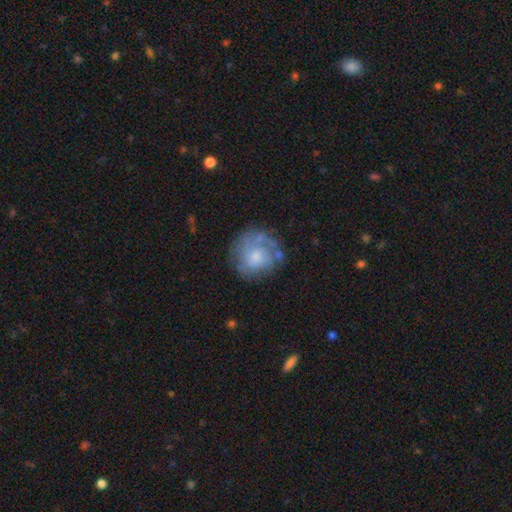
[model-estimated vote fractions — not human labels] The model was most divided on "smooth or featured": featured or disk: 48%, smooth: 44%, star or artifact: 8%. More confident: merging — none (62%).